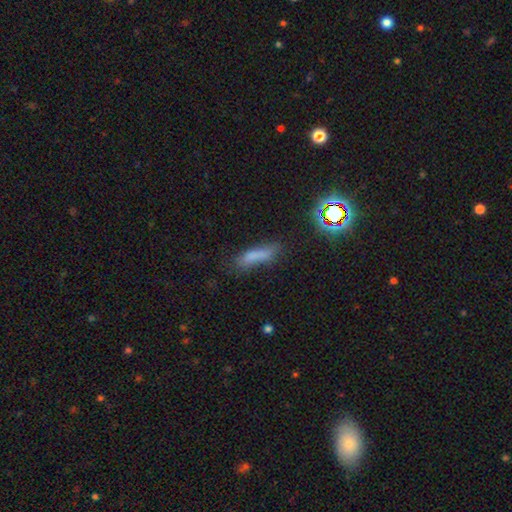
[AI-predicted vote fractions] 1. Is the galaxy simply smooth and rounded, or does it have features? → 70% smooth, 16% star or artifact, 15% featured or disk.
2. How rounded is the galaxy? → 69% cigar-shaped, 28% in between, 3% round.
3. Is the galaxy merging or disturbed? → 58% none, 26% minor disturbance, 11% major disturbance, 5% merger.